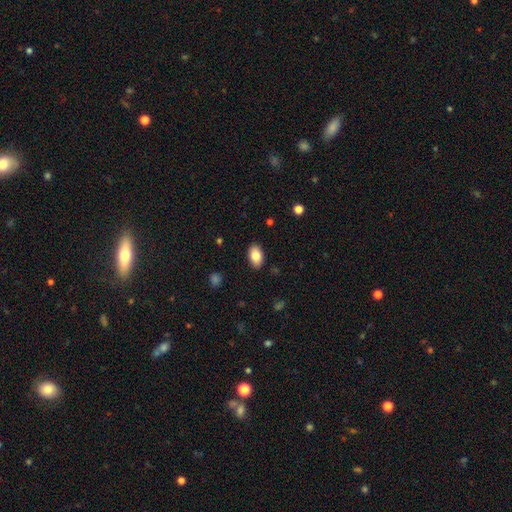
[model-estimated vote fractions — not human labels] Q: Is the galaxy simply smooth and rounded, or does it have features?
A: smooth — 82%.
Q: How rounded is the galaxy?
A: in between — 92%.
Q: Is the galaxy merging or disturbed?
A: none — 88%.